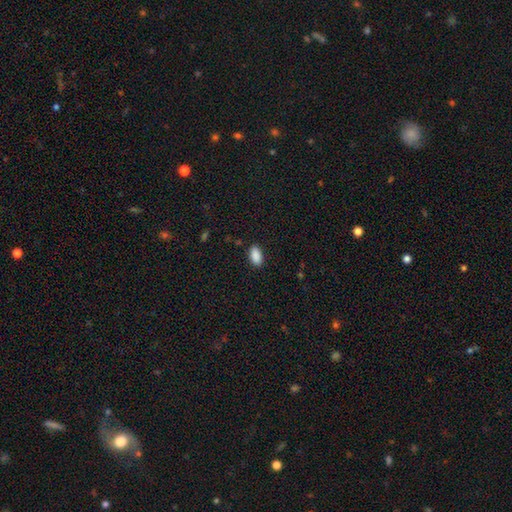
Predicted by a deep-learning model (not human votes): Smooth or featured: smooth — 90% (star or artifact — 7%)
How rounded: in between — 93% (cigar-shaped — 4%)
Merging: none — 88% (minor disturbance — 9%)